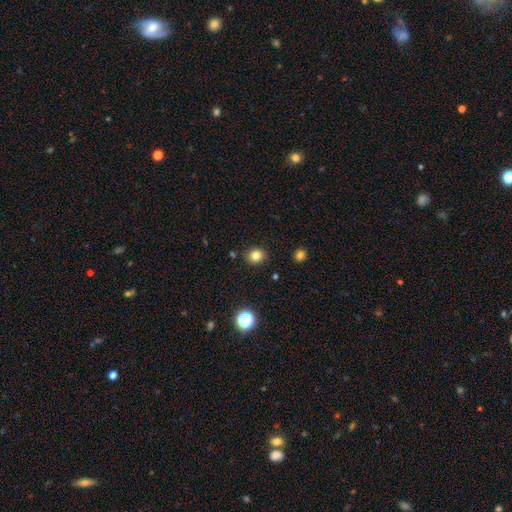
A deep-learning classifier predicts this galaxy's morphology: Smooth or featured? smooth (81%)
How rounded? round (77%)
Merging? none (88%)